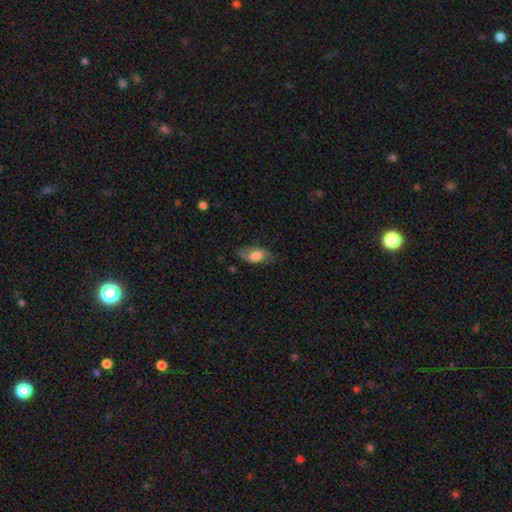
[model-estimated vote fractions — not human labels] Smooth or featured?
  - smooth: 66% *
  - featured or disk: 26%
  - star or artifact: 7%
How rounded?
  - in between: 86% *
  - cigar-shaped: 8%
  - round: 6%
Merging?
  - none: 65% *
  - minor disturbance: 23%
  - major disturbance: 10%
  - merger: 2%